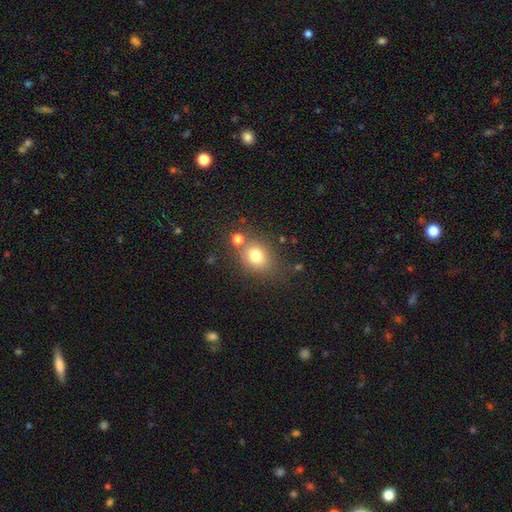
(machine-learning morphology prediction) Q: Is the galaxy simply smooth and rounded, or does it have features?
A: smooth — 76%.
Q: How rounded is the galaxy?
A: round — 61%.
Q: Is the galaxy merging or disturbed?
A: none — 68%.